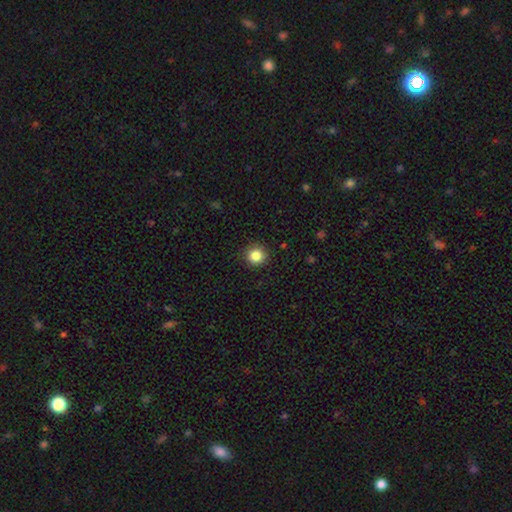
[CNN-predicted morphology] This appears to be a smooth galaxy with no disk features (85%) that is round (93%). Merging: none (91%).